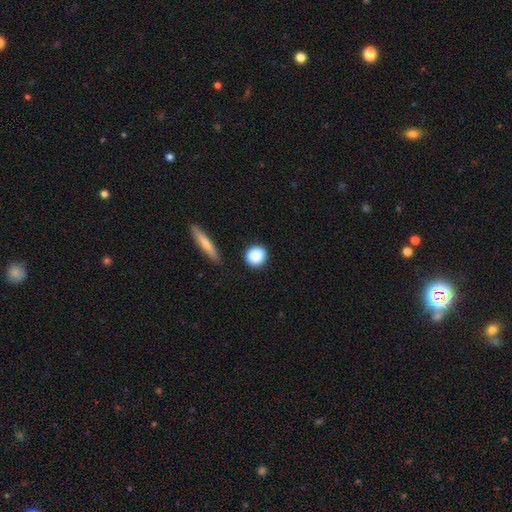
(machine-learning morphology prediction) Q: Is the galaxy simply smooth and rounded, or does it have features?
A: smooth — 87%.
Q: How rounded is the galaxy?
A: round — 85%.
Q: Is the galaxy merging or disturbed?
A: none — 86%.